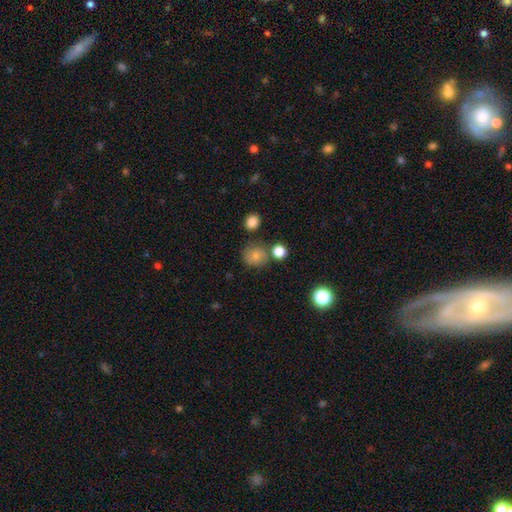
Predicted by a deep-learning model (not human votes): smooth-or-featured: smooth: 74% | featured or disk: 14% | star or artifact: 13%
  how-rounded: round: 84% | in between: 15% | cigar-shaped: 1%
  merging: none: 70% | minor disturbance: 15% | merger: 10% | major disturbance: 5%